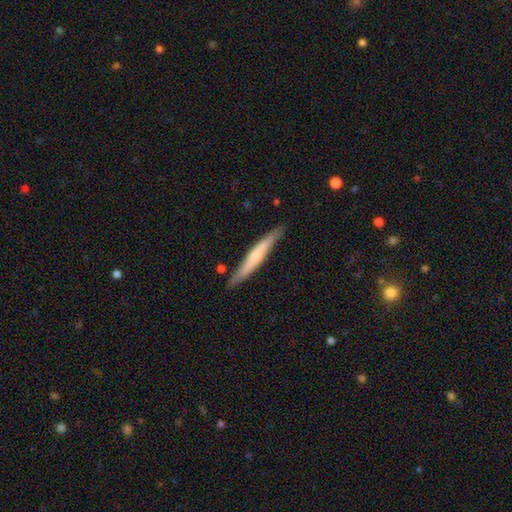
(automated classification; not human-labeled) Overall: featured or disk (49%; smooth 46%). Merging: none (83%).